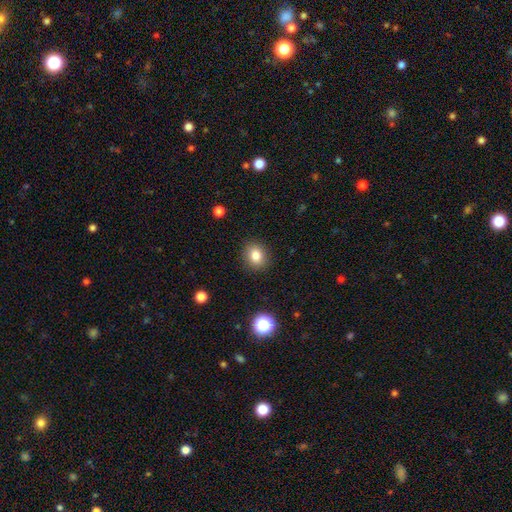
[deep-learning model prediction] Smooth or featured: smooth — 82% (star or artifact — 11%)
How rounded: round — 69% (in between — 30%)
Merging: none — 89% (minor disturbance — 7%)